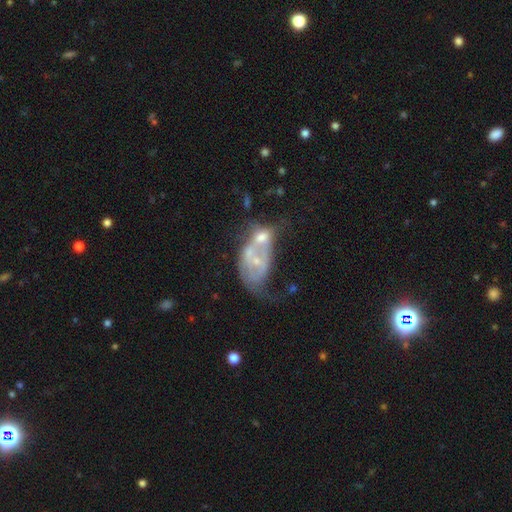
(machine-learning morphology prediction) smooth_or_featured: featured or disk (p=0.63) [alt: smooth p=0.26]
disk_edge_on: no (p=0.95) [alt: yes p=0.05]
bar: no (p=0.80) [alt: weak p=0.15]
has_spiral_arms: no (p=0.65) [alt: yes p=0.35]
bulge_size: small (p=0.53) [alt: moderate p=0.30]
merging: merger (p=0.64) [alt: major disturbance p=0.14]